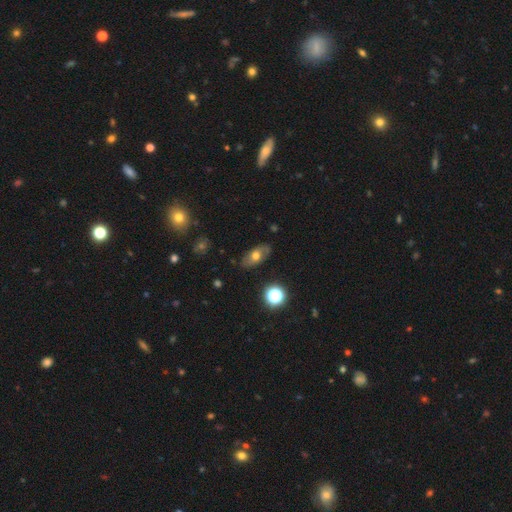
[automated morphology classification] Overall: smooth (55%; featured or disk 34%). How rounded: in between (84%). Merging: none (81%).